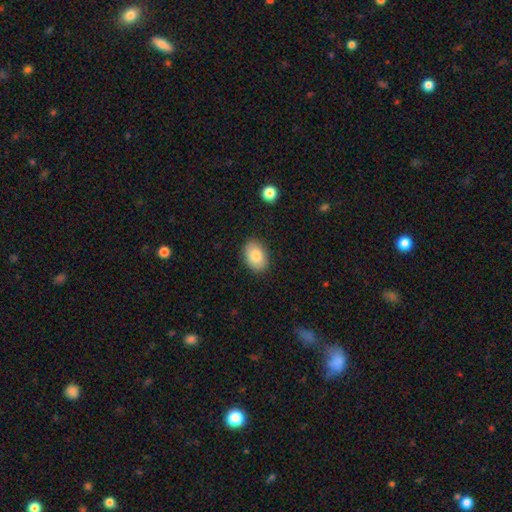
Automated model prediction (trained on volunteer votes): A smooth galaxy with no disk features (83%) that is in between round and cigar-shaped (86%).

Vote fractions:
- Smooth or featured? smooth: 83% / featured or disk: 10% / star or artifact: 7%
- How rounded? in between: 86% / round: 13% / cigar-shaped: 1%
- Merging? none: 88% / minor disturbance: 9% / major disturbance: 2% / merger: 1%